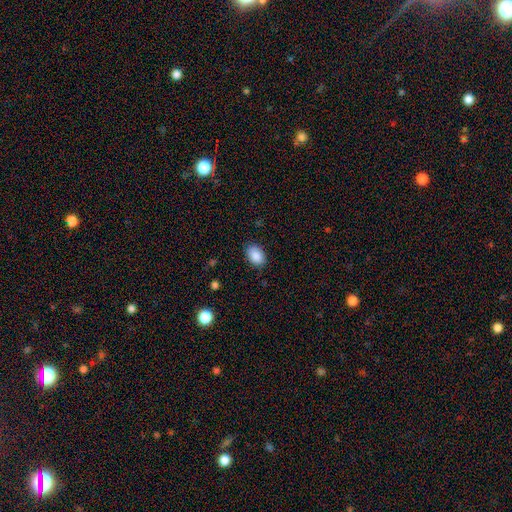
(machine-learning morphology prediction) Overall: smooth (88%). How rounded: in between (76%). Merging: none (83%).